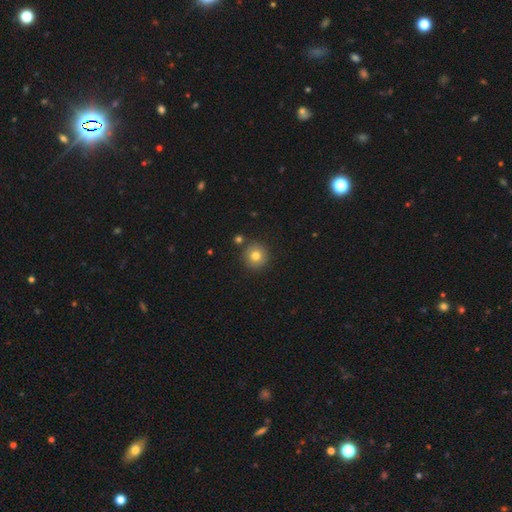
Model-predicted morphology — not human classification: Smooth or featured?
  - smooth: 78% *
  - featured or disk: 11%
  - star or artifact: 11%
How rounded?
  - round: 93% *
  - in between: 6%
  - cigar-shaped: 1%
Merging?
  - none: 85% *
  - minor disturbance: 8%
  - merger: 4%
  - major disturbance: 2%